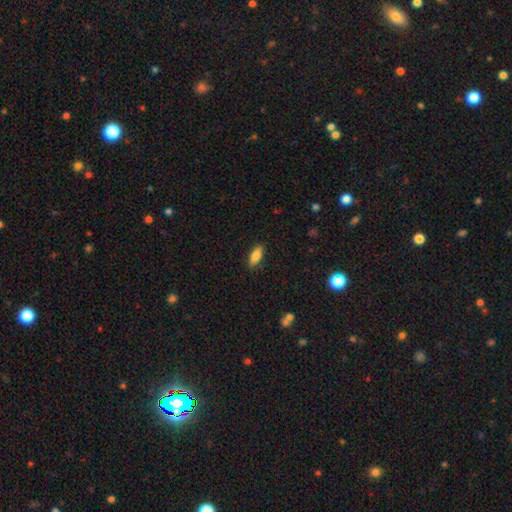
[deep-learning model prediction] Morphology: type=smooth (80%); roundness=in between (71%); merging=none (88%).